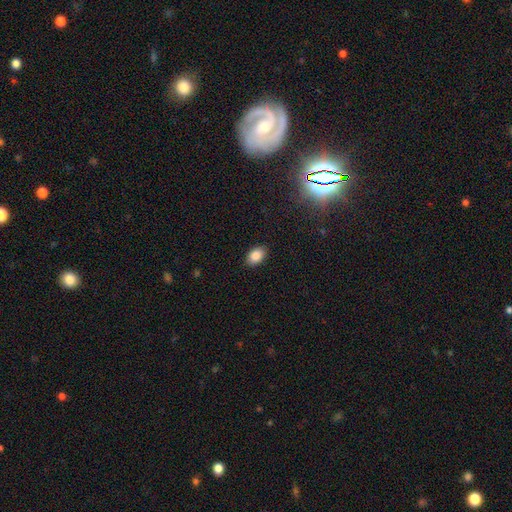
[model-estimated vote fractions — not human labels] smooth_or_featured: smooth (p=0.87) [alt: star or artifact p=0.09]
how_rounded: in between (p=0.87) [alt: round p=0.12]
merging: none (p=0.89) [alt: minor disturbance p=0.08]